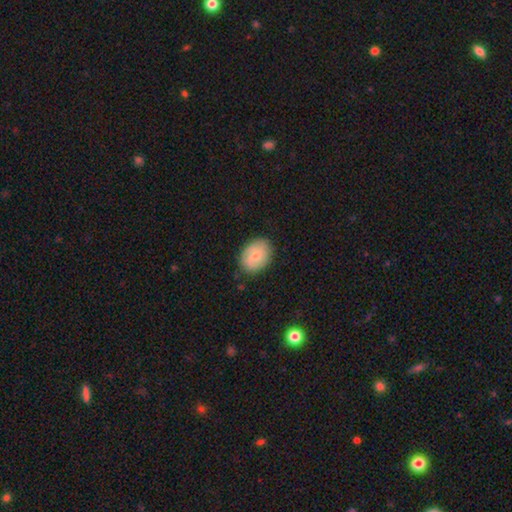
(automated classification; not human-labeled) smooth-or-featured: smooth: 58% | featured or disk: 35% | star or artifact: 7%
  how-rounded: in between: 65% | round: 34% | cigar-shaped: 1%
  merging: none: 82% | minor disturbance: 14% | major disturbance: 3% | merger: 1%